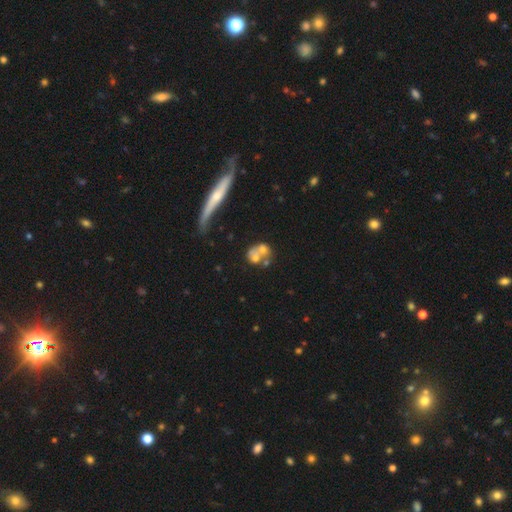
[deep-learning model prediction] The model was most divided on "smooth or featured": smooth: 46%, featured or disk: 42%, star or artifact: 12%. More confident: merging — merger (54%).